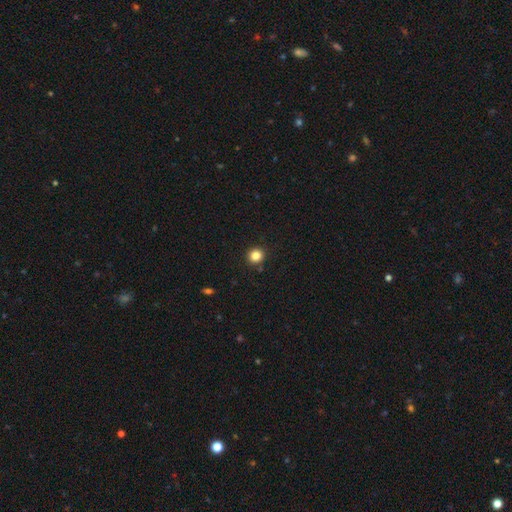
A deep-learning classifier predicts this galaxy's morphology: smooth 84%, star or artifact 12%, featured or disk 4%. Down the decision tree: how rounded — round (92%); merging — none (91%).